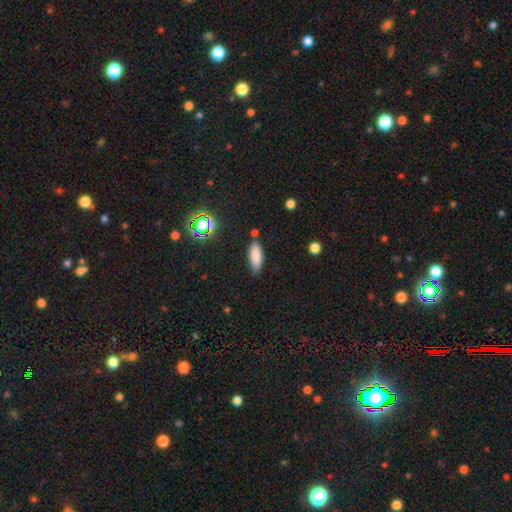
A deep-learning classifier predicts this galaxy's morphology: smooth 82%, star or artifact 10%, featured or disk 8%. Down the decision tree: how rounded — in between (71%); merging — none (72%).